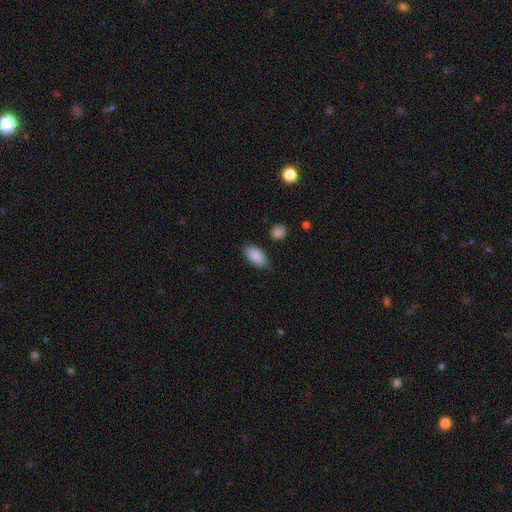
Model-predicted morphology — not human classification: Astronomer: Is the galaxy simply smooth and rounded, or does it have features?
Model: smooth — 89%.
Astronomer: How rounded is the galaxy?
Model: in between — 93%.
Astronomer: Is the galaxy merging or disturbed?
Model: none — 82%.